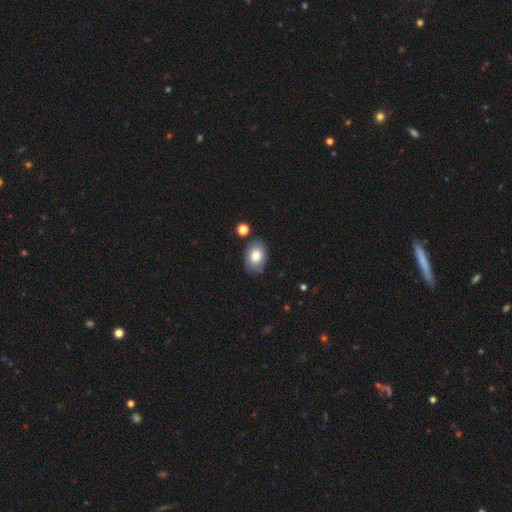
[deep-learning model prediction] smooth 82%, featured or disk 11%, star or artifact 8%. Down the decision tree: how rounded — in between (76%); merging — none (80%).